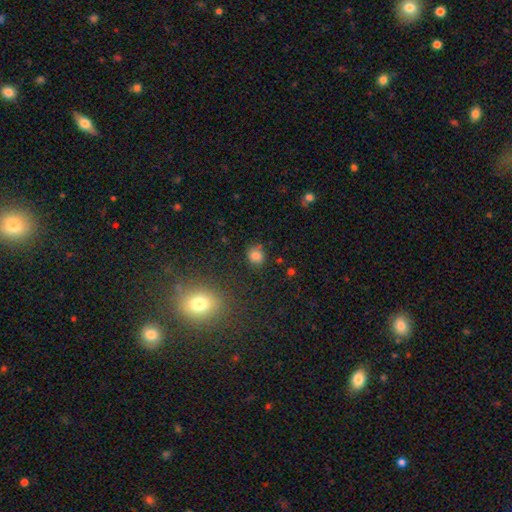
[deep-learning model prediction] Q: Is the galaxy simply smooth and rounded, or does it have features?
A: smooth — 80%.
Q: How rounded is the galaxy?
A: round — 79%.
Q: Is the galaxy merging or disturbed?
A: none — 83%.